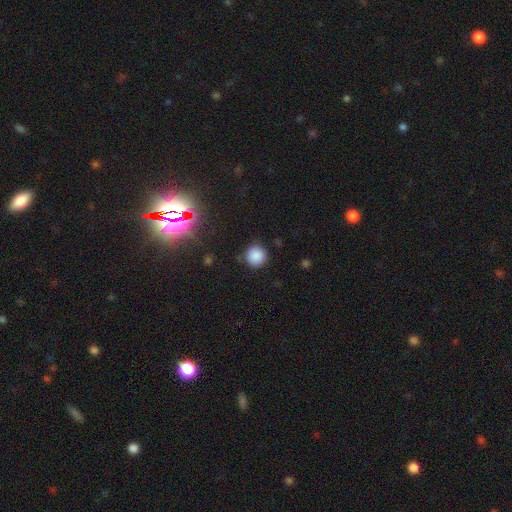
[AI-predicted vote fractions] This is clearly a smooth galaxy (84%). How rounded: clearly round (95%). Merging: clearly none (87%).